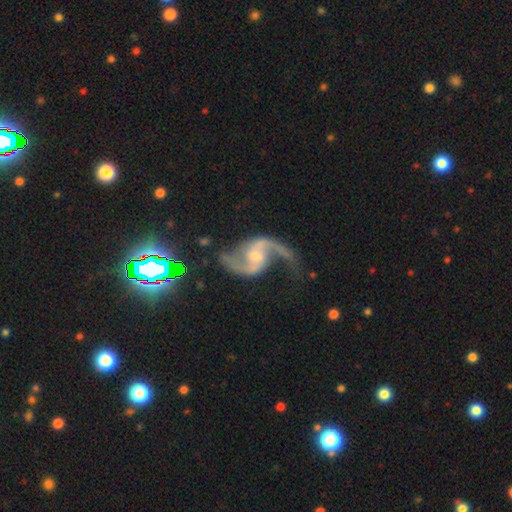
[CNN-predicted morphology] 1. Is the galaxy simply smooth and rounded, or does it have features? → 92% featured or disk, 5% star or artifact, 3% smooth.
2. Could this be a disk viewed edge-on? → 98% no, 2% yes.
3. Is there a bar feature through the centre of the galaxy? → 48% weak, 34% no, 18% strong.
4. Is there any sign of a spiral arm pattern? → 98% yes, 2% no.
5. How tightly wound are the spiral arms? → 69% loose, 26% medium, 5% tight.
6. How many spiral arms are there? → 93% 2, 2% 1, 1% can't tell, 1% 3, 1% 4, 1% more than 4.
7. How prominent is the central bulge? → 50% small, 38% moderate, 7% none, 3% large, 1% dominant.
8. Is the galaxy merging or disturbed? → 67% none, 17% minor disturbance, 13% major disturbance, 3% merger.